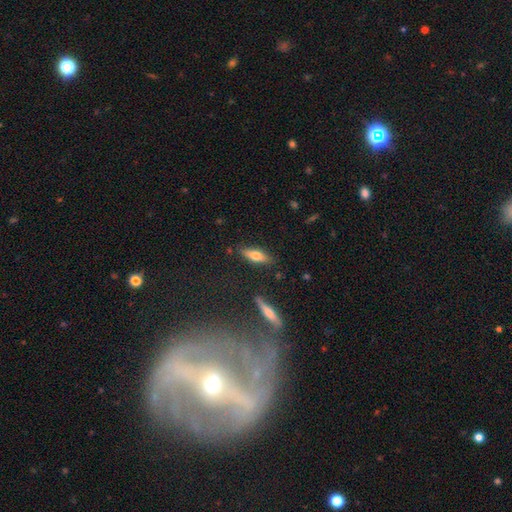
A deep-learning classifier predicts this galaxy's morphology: smooth-or-featured: smooth: 60% | featured or disk: 33% | star or artifact: 7%
  how-rounded: in between: 49% | cigar-shaped: 48% | round: 3%
  merging: none: 84% | minor disturbance: 11% | major disturbance: 3% | merger: 3%